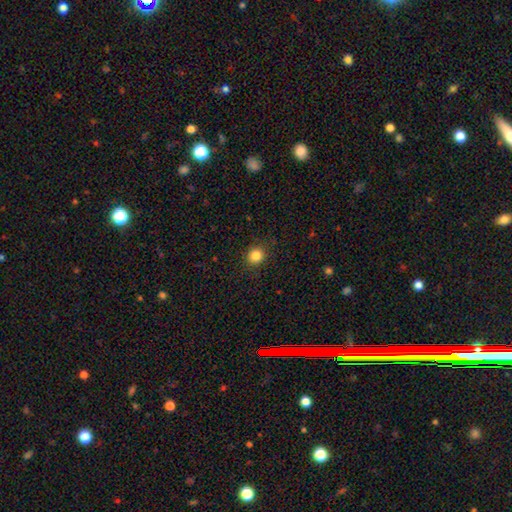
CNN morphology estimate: The model was most divided on "smooth or featured": smooth: 84%, star or artifact: 12%, featured or disk: 4%. More confident: merging — none (90%); how rounded — round (87%).